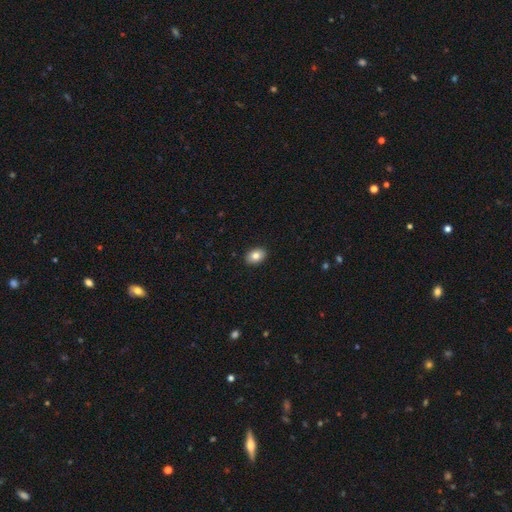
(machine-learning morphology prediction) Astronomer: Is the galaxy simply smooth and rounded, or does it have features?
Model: smooth — 83%.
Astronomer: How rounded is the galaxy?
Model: in between — 79%.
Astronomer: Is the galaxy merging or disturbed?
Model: none — 91%.